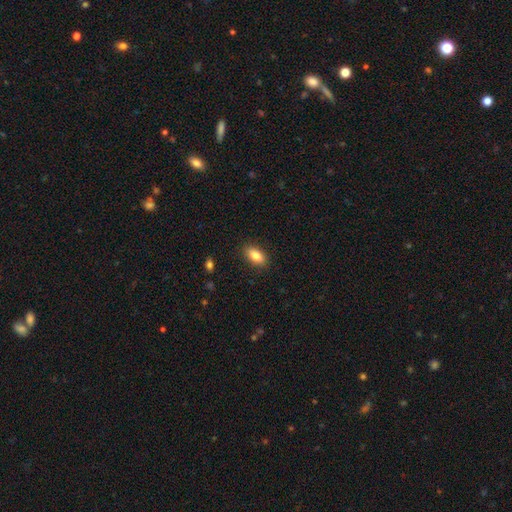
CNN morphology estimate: Smooth or featured? smooth (84%)
How rounded? in between (86%)
Merging? none (88%)